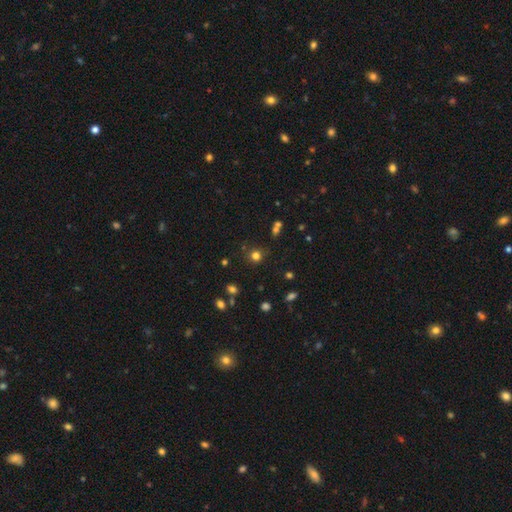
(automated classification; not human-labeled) Morphology: type=smooth (72%); roundness=round (89%); merging=none (80%).